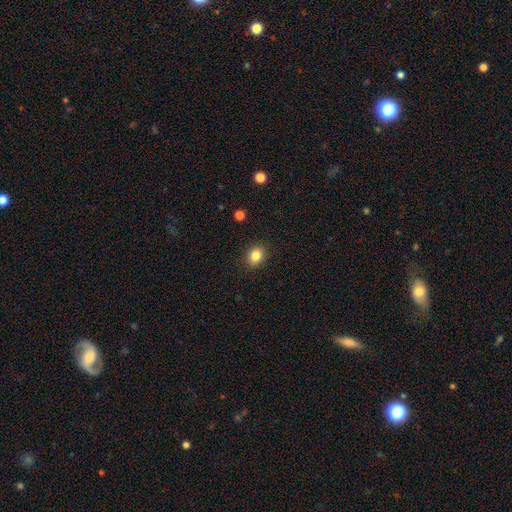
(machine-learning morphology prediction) Q: Smooth or featured?
A: smooth (83%); runner-up: star or artifact (10%)
Q: How rounded?
A: round (52%); runner-up: in between (47%)
Q: Merging?
A: none (90%); runner-up: minor disturbance (7%)